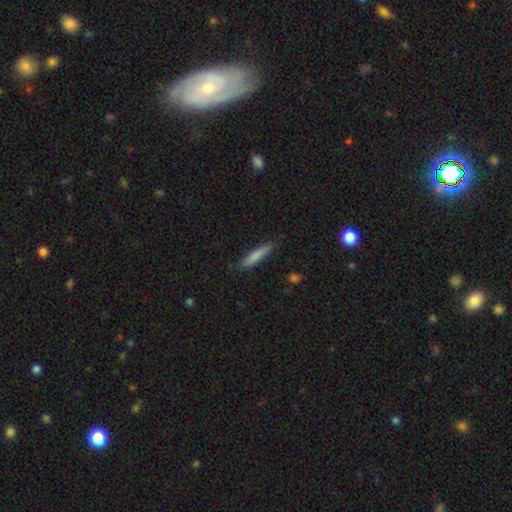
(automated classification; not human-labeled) Overall: smooth (79%). How rounded: cigar-shaped (89%). Merging: none (82%).